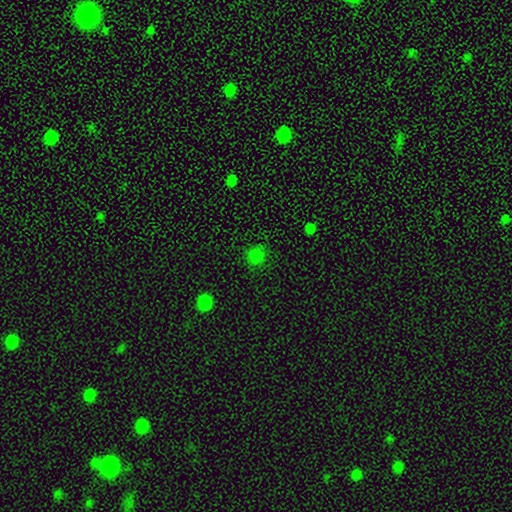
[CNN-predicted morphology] Smooth or featured? Predicted: smooth (p=0.75). How rounded? Predicted: round (p=0.89). Merging? Predicted: none (p=0.87).